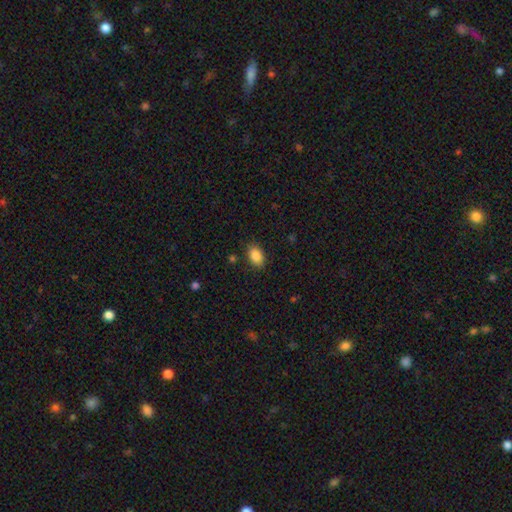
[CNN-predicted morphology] This is clearly a smooth galaxy (87%). How rounded: clearly in between (86%). Merging: clearly none (86%).